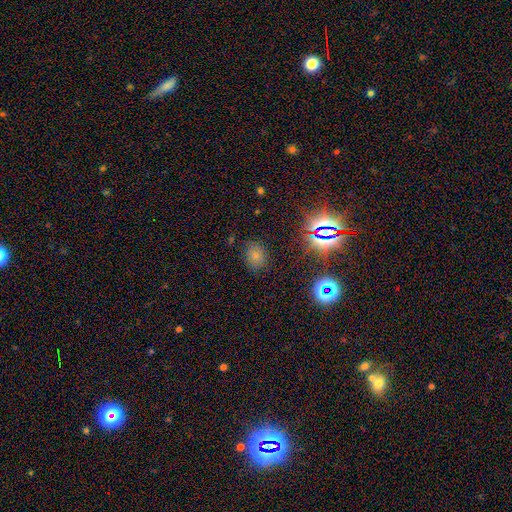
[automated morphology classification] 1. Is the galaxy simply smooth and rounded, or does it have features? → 69% smooth, 23% star or artifact, 7% featured or disk.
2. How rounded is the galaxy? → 53% in between, 46% round, 1% cigar-shaped.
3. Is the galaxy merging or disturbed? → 84% none, 11% minor disturbance, 4% major disturbance, 2% merger.